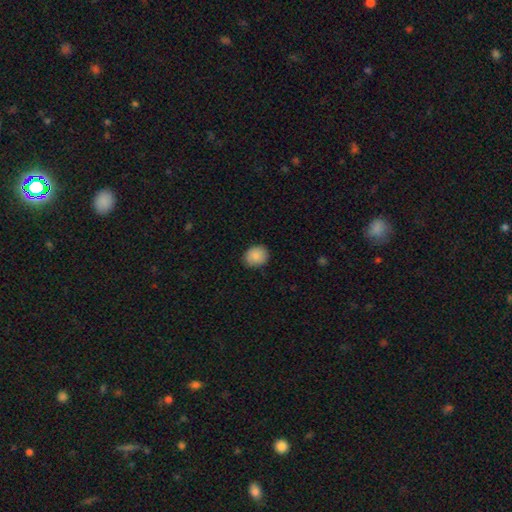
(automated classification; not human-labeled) smooth-or-featured: smooth: 87% | star or artifact: 7% | featured or disk: 5%
  how-rounded: round: 72% | in between: 28% | cigar-shaped: 1%
  merging: none: 87% | minor disturbance: 10% | major disturbance: 2% | merger: 1%